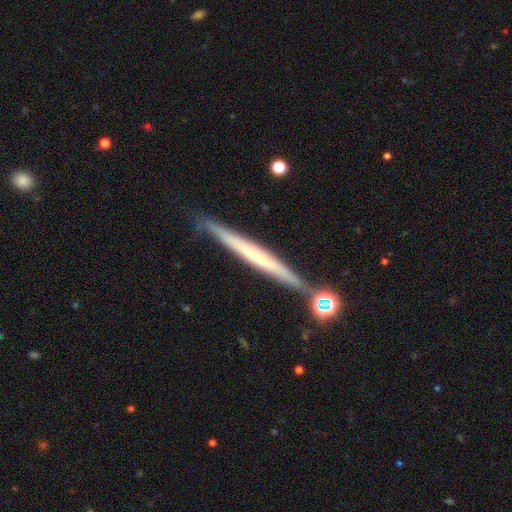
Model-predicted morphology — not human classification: The model was most divided on "smooth or featured": featured or disk: 59%, smooth: 34%, star or artifact: 6%. More confident: edge-on disk — yes (95%); merging — none (81%); edge-on bulge — none (74%).